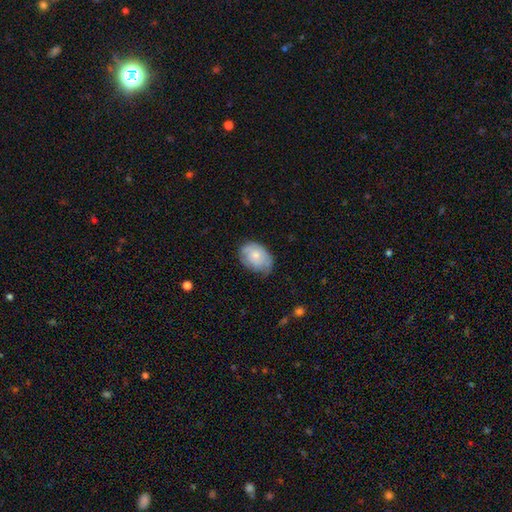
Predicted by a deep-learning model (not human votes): Overall: smooth (63%; featured or disk 31%). How rounded: in between (75%). Merging: none (62%; minor disturbance 30%).